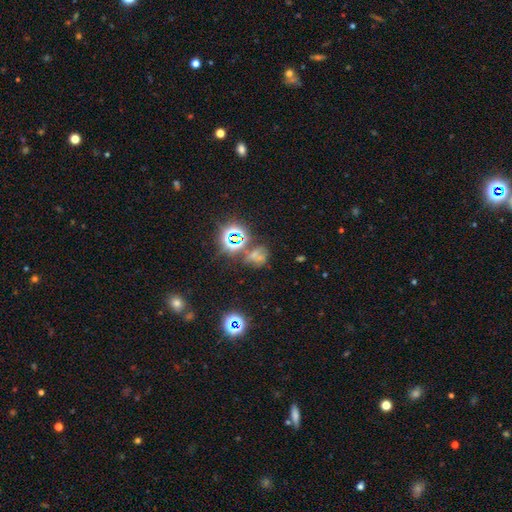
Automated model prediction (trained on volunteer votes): Smooth or featured? star or artifact (48%)